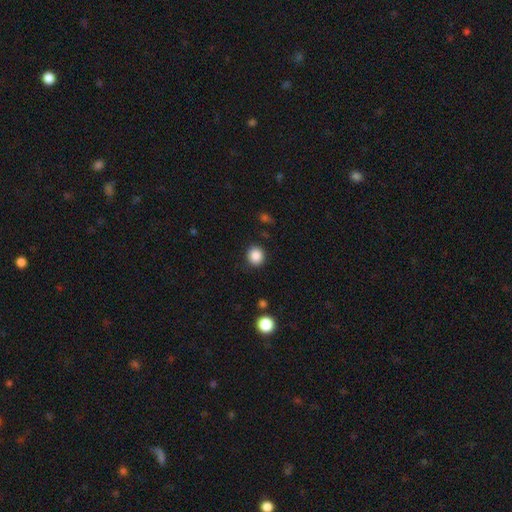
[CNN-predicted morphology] Overall: smooth (87%). How rounded: round (87%). Merging: none (89%).